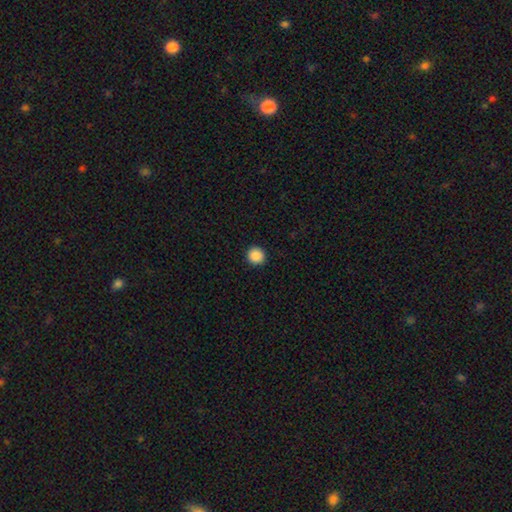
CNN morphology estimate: Smooth or featured?
  - smooth: 88% *
  - star or artifact: 9%
  - featured or disk: 3%
How rounded?
  - round: 94% *
  - in between: 5%
  - cigar-shaped: 1%
Merging?
  - none: 93% *
  - minor disturbance: 4%
  - major disturbance: 2%
  - merger: 1%